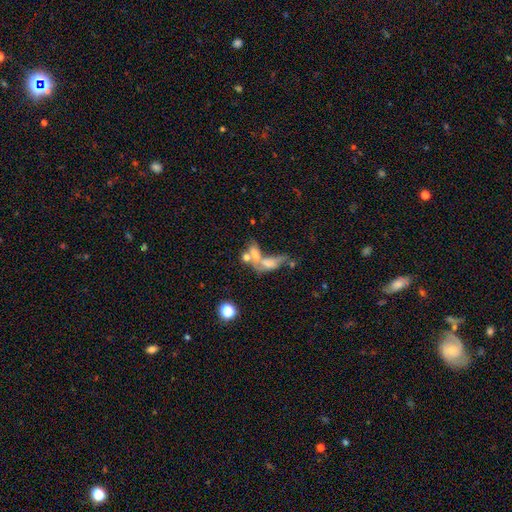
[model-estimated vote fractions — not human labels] This appears to be a featured or disk galaxy (45%). Merging: merger (55%).